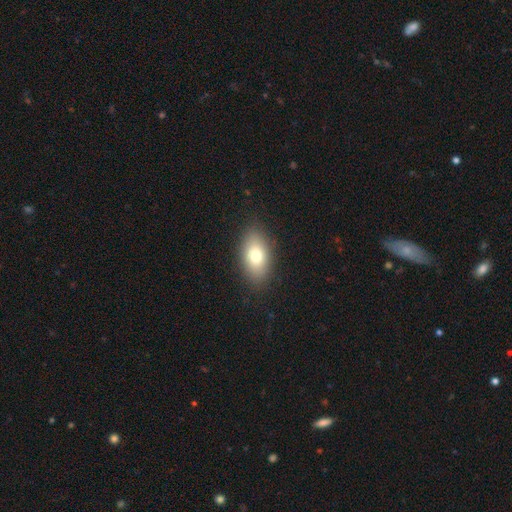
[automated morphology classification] A smooth galaxy with no disk features (77%) that is in between round and cigar-shaped (90%). Merging: none (87%).